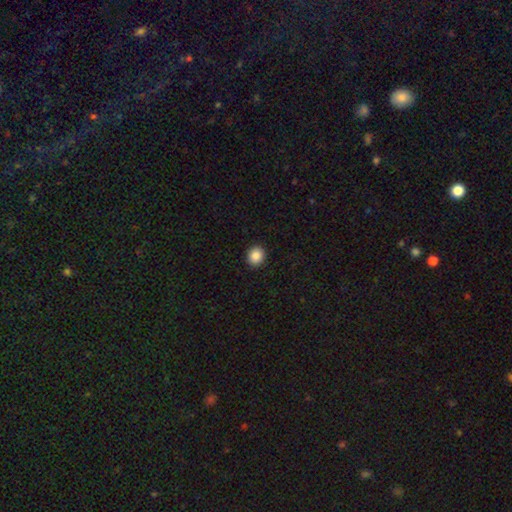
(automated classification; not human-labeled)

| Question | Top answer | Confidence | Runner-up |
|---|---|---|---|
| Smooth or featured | smooth | 87% | star or artifact (9%) |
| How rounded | round | 79% | in between (20%) |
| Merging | none | 93% | minor disturbance (5%) |